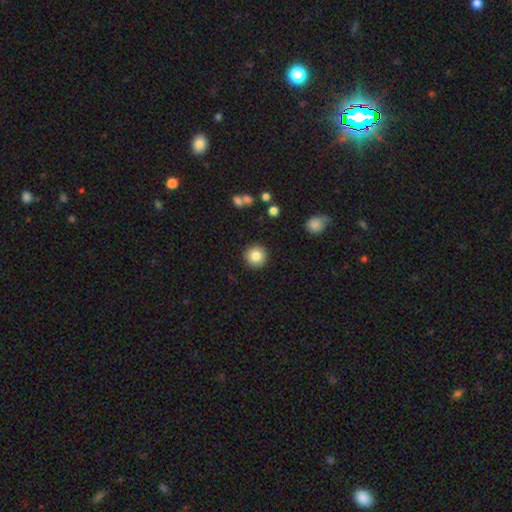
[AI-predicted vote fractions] Q: Smooth or featured?
A: smooth (85%); runner-up: star or artifact (9%)
Q: How rounded?
A: round (95%); runner-up: in between (4%)
Q: Merging?
A: none (91%); runner-up: minor disturbance (6%)